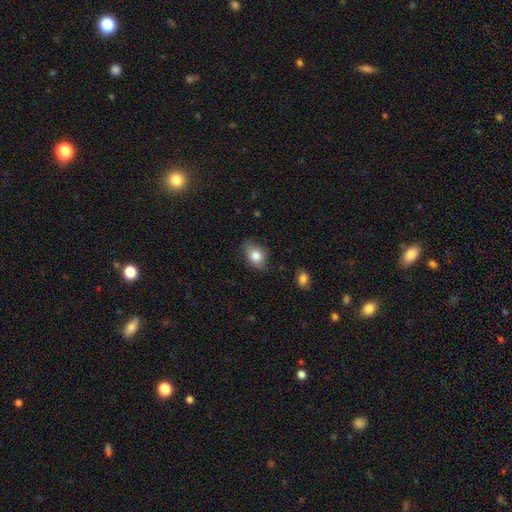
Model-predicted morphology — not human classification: smooth 82%, featured or disk 10%, star or artifact 8%. Down the decision tree: how rounded — in between (72%); merging — none (71%).